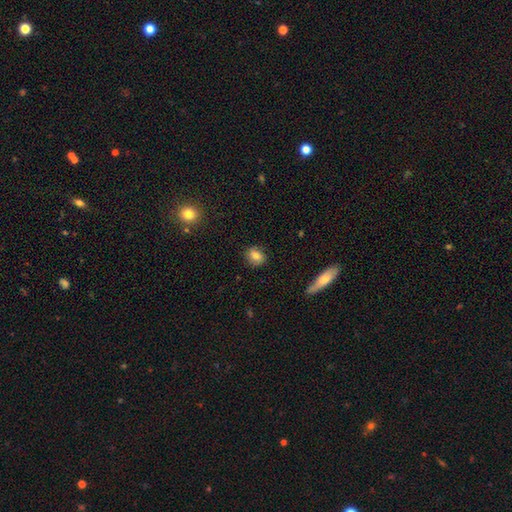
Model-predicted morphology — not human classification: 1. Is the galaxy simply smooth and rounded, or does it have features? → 75% smooth, 15% featured or disk, 10% star or artifact.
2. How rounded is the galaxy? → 62% round, 36% in between, 2% cigar-shaped.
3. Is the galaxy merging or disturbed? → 83% none, 12% minor disturbance, 3% major disturbance, 2% merger.